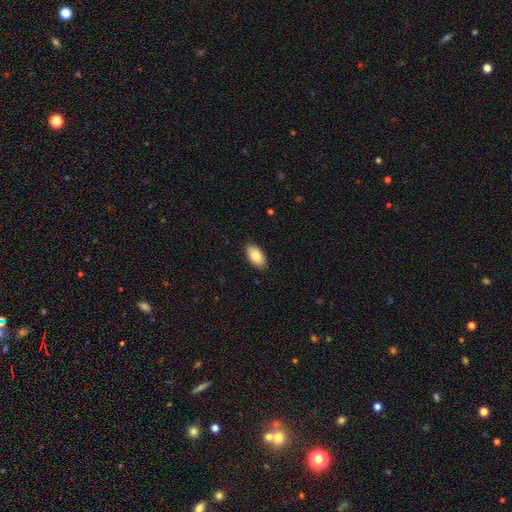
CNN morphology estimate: A smooth galaxy with no disk features (88%) that is in between round and cigar-shaped (95%). Merging: none (88%).